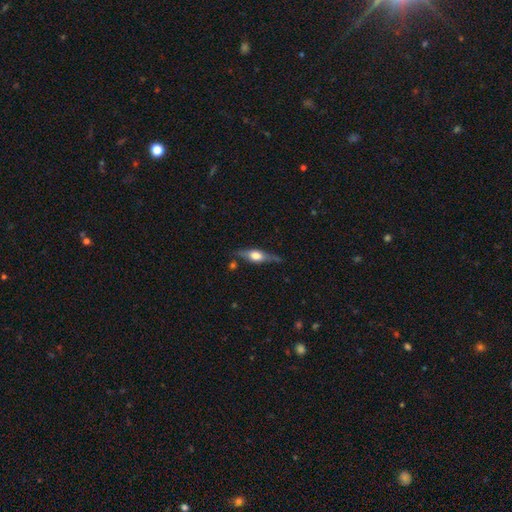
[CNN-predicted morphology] A featured or disk galaxy (67%) viewed edge-on (94%) with a rounded central bulge (89%).

Vote fractions:
- Smooth or featured? featured or disk: 67% / smooth: 27% / star or artifact: 6%
- Edge-on disk? yes: 94% / no: 6%
- Edge-on bulge? rounded: 89% / boxy: 10% / none: 2%
- Merging? none: 76% / minor disturbance: 16% / major disturbance: 4% / merger: 4%